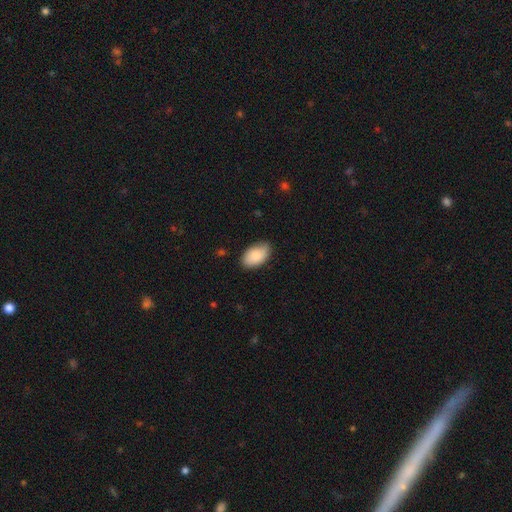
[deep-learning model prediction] Morphology: type=smooth (85%); roundness=in between (95%); merging=none (80%).